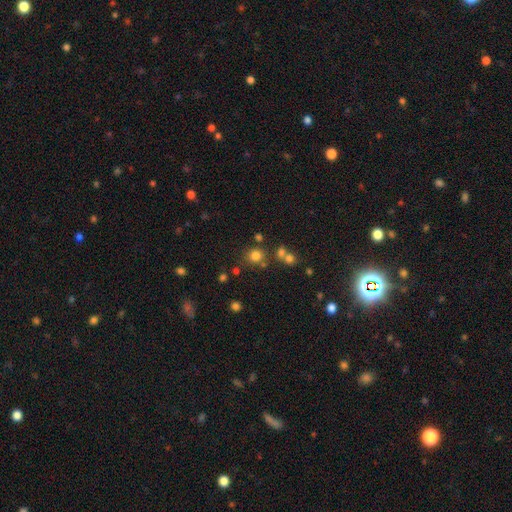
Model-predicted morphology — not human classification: smooth_or_featured: smooth (p=0.75) [alt: star or artifact p=0.18]
how_rounded: round (p=0.85) [alt: in between p=0.14]
merging: none (p=0.73) [alt: merger p=0.13]